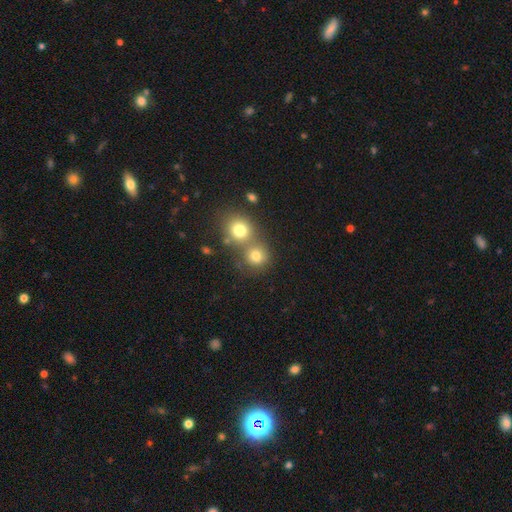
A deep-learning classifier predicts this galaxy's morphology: Smooth or featured? smooth (77%)
How rounded? round (85%)
Merging? merger (46%)